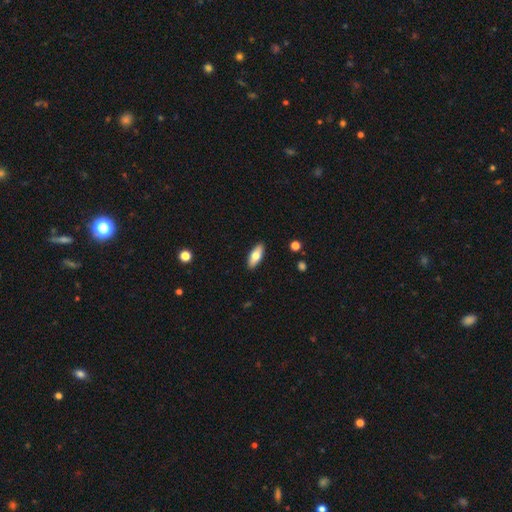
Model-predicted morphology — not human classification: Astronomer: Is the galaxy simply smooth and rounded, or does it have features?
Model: smooth — 70%.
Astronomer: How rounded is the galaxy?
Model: in between — 73%.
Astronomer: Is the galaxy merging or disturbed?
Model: none — 90%.